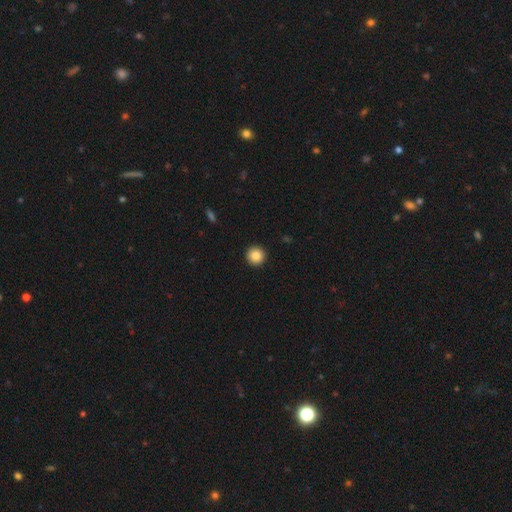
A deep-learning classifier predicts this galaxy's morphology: Q: Smooth or featured?
A: smooth (87%); runner-up: star or artifact (9%)
Q: How rounded?
A: round (96%); runner-up: in between (3%)
Q: Merging?
A: none (94%); runner-up: minor disturbance (4%)